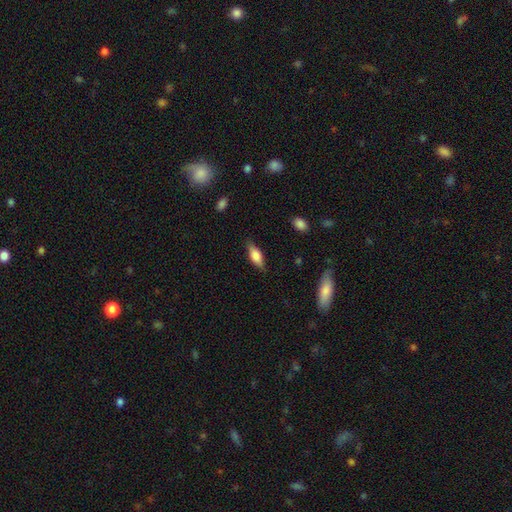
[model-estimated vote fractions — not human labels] Smooth or featured: smooth — 68% (featured or disk — 26%)
How rounded: in between — 69% (cigar-shaped — 28%)
Merging: none — 80% (minor disturbance — 15%)